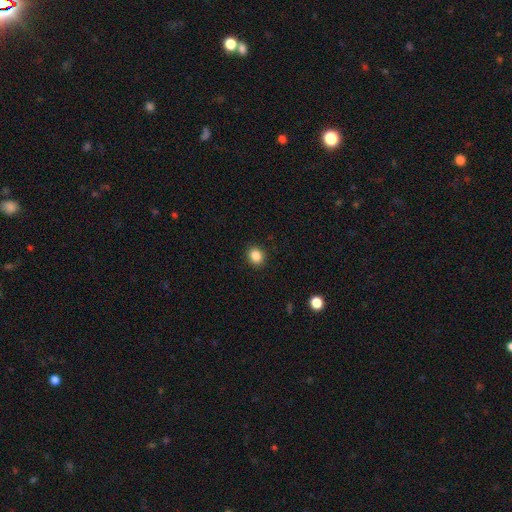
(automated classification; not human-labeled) Overall: smooth (86%). How rounded: round (69%; in between 31%). Merging: none (91%).